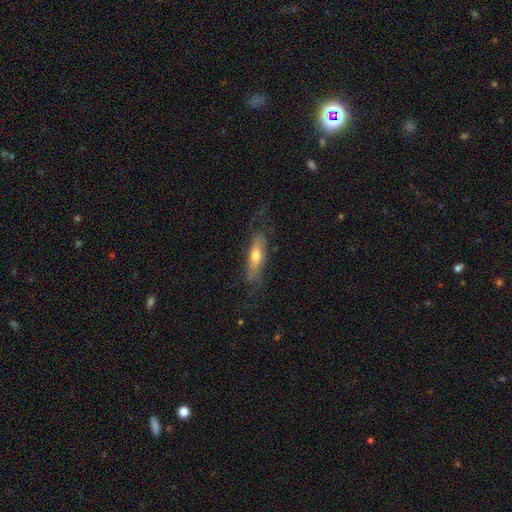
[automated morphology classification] smooth-or-featured: featured or disk: 50% | smooth: 44% | star or artifact: 6%
  merging: none: 58% | minor disturbance: 22% | major disturbance: 18% | merger: 2%